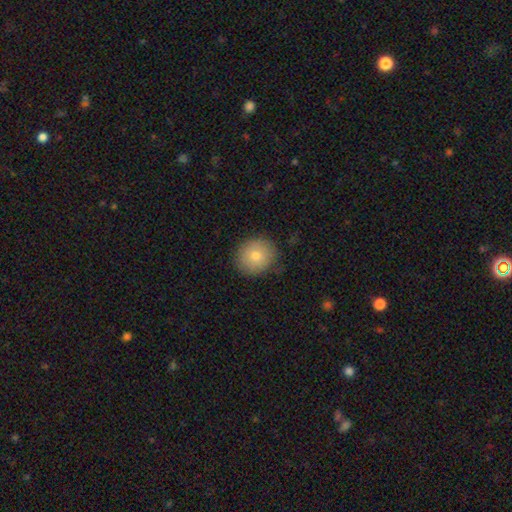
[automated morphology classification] Smooth or featured? smooth (76%)
How rounded? round (81%)
Merging? none (87%)